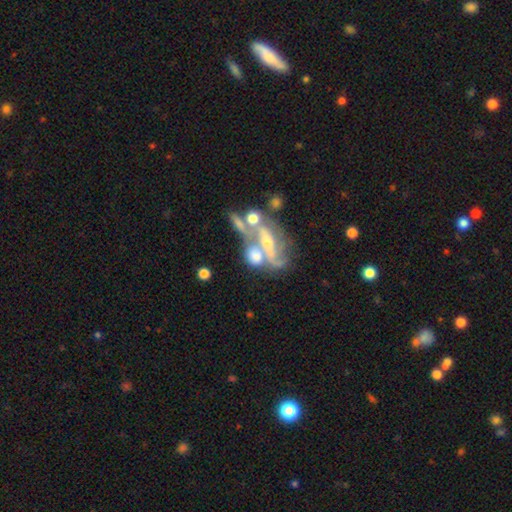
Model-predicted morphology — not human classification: Smooth or featured? featured or disk (58%)
Edge-on disk? no (90%)
Bar? no (54%)
Spiral arms? yes (57%)
Bulge size? small (41%)
Merging? merger (55%)